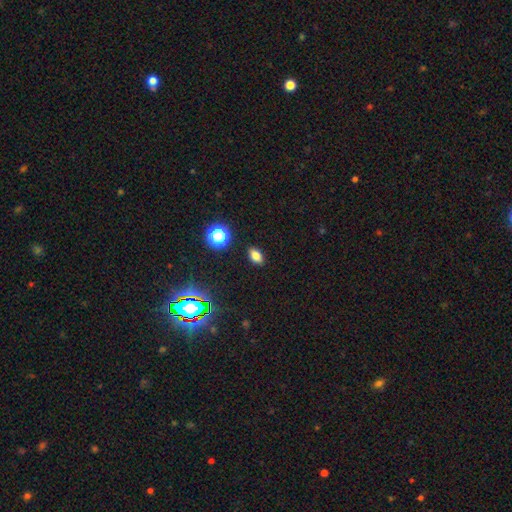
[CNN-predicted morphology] This is likely a smooth galaxy (78%). How rounded: clearly in between (85%). Merging: clearly none (89%).